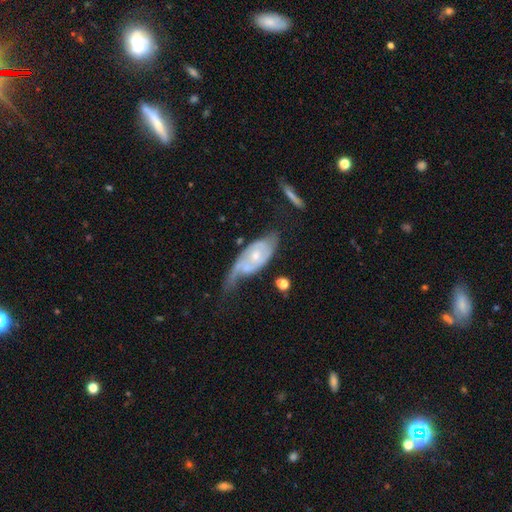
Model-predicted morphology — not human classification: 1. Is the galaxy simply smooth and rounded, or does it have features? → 75% featured or disk, 19% smooth, 6% star or artifact.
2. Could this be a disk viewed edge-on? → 91% no, 9% yes.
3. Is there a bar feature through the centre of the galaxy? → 72% no, 23% weak, 4% strong.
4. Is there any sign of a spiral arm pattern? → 81% yes, 19% no.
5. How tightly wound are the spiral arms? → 41% tight, 35% medium, 24% loose.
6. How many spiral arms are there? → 48% 2, 27% can't tell, 18% 1, 4% 3, 2% 4, 2% more than 4.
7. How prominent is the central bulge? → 63% small, 33% moderate, 2% none, 1% large, 1% dominant.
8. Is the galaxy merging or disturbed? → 32% major disturbance, 30% none, 30% minor disturbance, 9% merger.